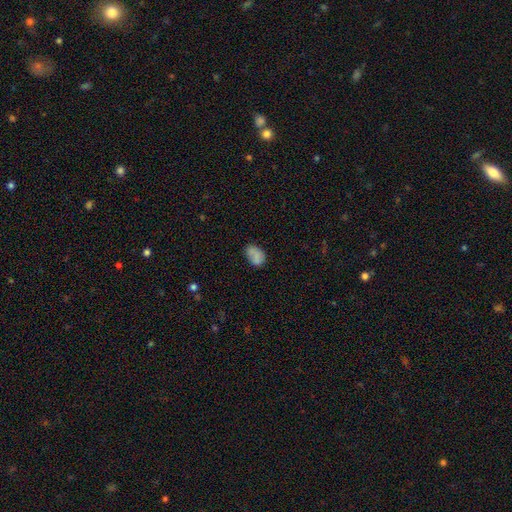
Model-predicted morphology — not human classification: Smooth or featured: smooth — 80% (featured or disk — 11%)
How rounded: in between — 82% (round — 16%)
Merging: none — 65% (minor disturbance — 23%)